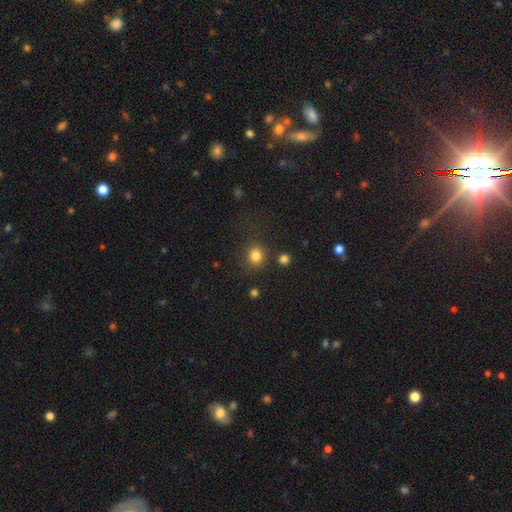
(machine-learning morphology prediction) Smooth or featured? smooth (82%)
How rounded? round (79%)
Merging? none (81%)